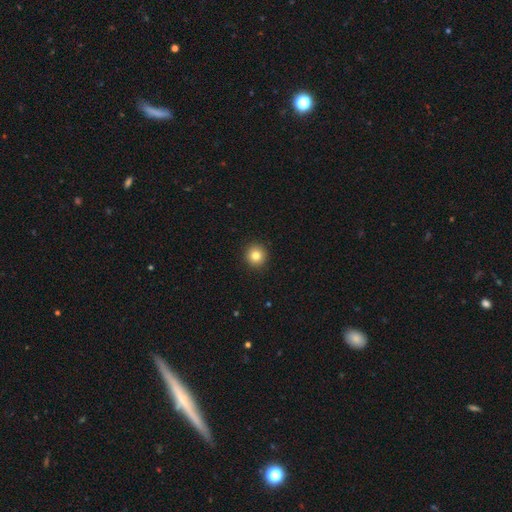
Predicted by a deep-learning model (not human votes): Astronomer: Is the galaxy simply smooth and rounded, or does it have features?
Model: smooth — 82%.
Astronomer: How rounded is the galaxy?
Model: round — 93%.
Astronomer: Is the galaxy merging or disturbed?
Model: none — 93%.